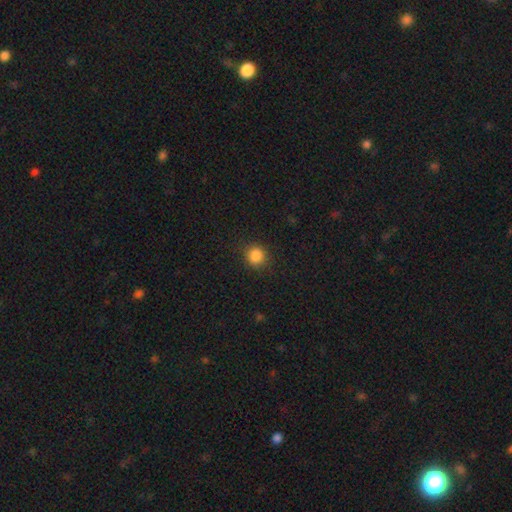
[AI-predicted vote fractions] Morphology: type=smooth (86%); roundness=round (89%); merging=none (88%).